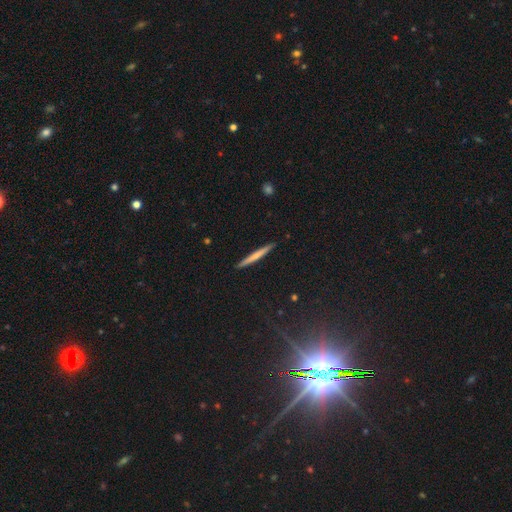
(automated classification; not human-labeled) Smooth or featured? Predicted: smooth (p=0.59). How rounded? Predicted: cigar-shaped (p=0.96). Merging? Predicted: none (p=0.91).